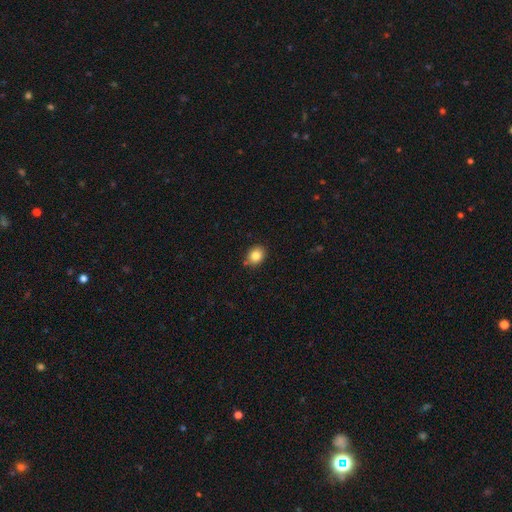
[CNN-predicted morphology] Q: Smooth or featured?
A: smooth (84%); runner-up: star or artifact (10%)
Q: How rounded?
A: round (61%); runner-up: in between (38%)
Q: Merging?
A: none (82%); runner-up: minor disturbance (13%)